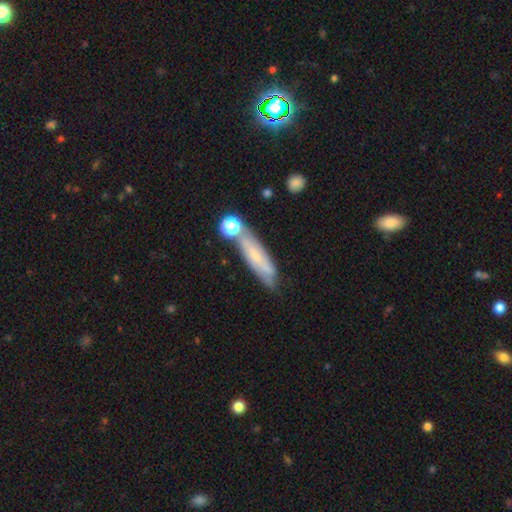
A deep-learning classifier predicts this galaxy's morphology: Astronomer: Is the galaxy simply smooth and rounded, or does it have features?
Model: featured or disk — 47% (runner-up: smooth, 45%).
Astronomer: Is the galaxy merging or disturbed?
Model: none — 54%.